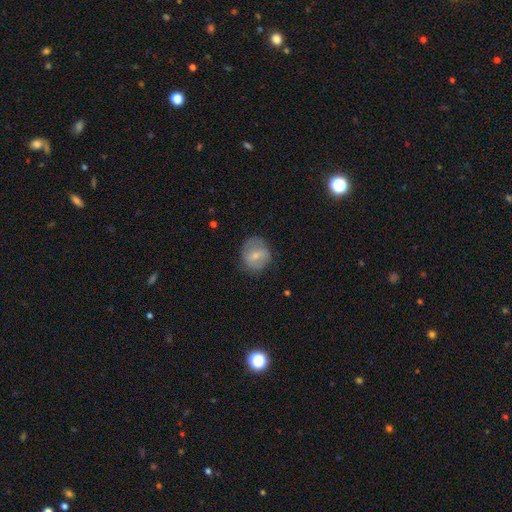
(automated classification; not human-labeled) Smooth or featured? Predicted: smooth (p=0.55). How rounded? Predicted: round (p=0.72). Merging? Predicted: none (p=0.69).